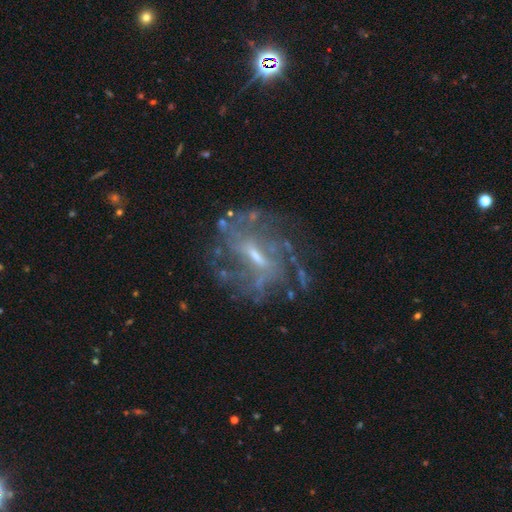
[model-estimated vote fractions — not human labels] A featured or disk galaxy (81%) with a weak bar (53%), tight (41%) spiral arms (83%) and a small central bulge (54%).

Vote fractions:
- Smooth or featured? featured or disk: 81% / star or artifact: 11% / smooth: 8%
- Edge-on disk? no: 95% / yes: 5%
- Bar? weak: 53% / strong: 27% / no: 20%
- Spiral arms? yes: 83% / no: 17%
- Spiral winding? tight: 41% / medium: 39% / loose: 19%
- Spiral arm count? can't tell: 46% / 2: 14% / 4: 14% / 3: 12% / more than 4: 8% / 1: 5%
- Bulge size? small: 54% / moderate: 33% / none: 10% / large: 2% / dominant: 1%
- Merging? none: 68% / minor disturbance: 16% / major disturbance: 13% / merger: 2%